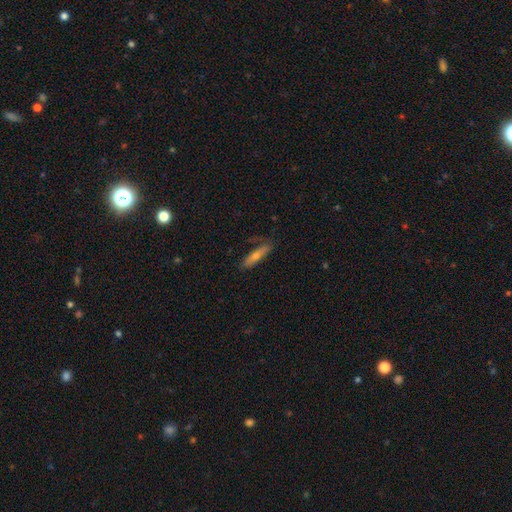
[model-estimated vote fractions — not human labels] Morphology: type=smooth (56%); roundness=cigar-shaped (78%); merging=none (76%).